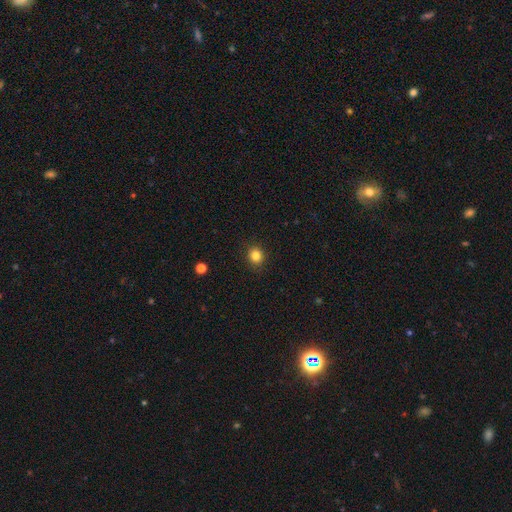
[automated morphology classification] This appears to be a smooth galaxy with no disk features (84%) that is round (80%). Merging: none (90%).